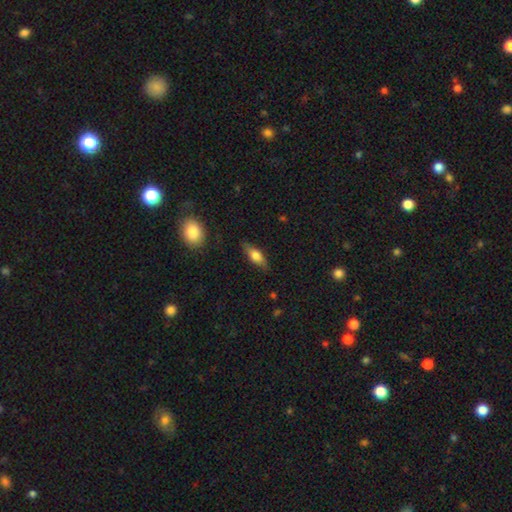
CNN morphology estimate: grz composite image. It shows a smooth galaxy with no disk features (61%) that is in between round and cigar-shaped (67%). Merging: none (79%).